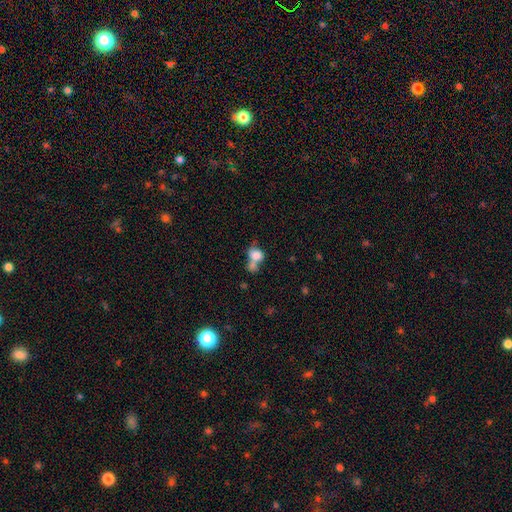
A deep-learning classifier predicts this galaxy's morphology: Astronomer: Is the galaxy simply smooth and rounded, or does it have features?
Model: smooth — 76%.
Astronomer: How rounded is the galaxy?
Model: in between — 50% (runner-up: round, 48%).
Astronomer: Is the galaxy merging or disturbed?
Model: merger — 55%.